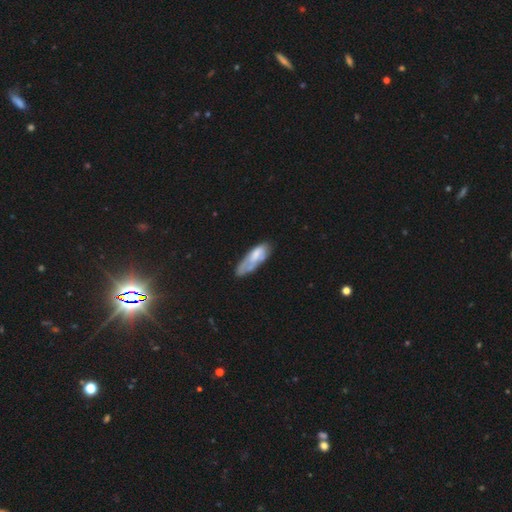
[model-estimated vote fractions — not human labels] smooth_or_featured: smooth (p=0.59) [alt: featured or disk p=0.34]
how_rounded: in between (p=0.60) [alt: cigar-shaped p=0.38]
merging: none (p=0.42) [alt: minor disturbance p=0.32]